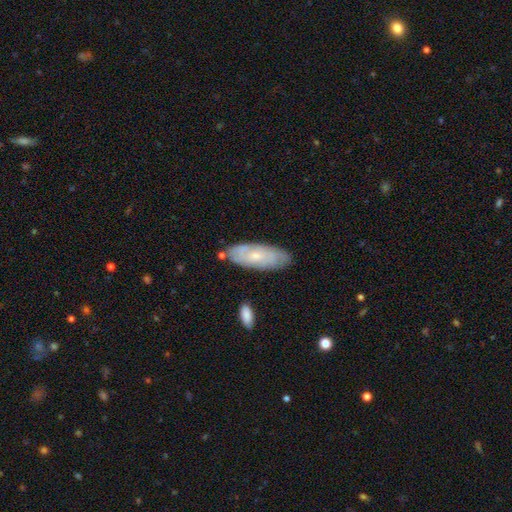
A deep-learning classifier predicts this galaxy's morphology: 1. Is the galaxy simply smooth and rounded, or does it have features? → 52% featured or disk, 42% smooth, 6% star or artifact.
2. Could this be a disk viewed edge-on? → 85% no, 15% yes.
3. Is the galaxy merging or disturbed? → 79% none, 15% minor disturbance, 3% major disturbance, 3% merger.